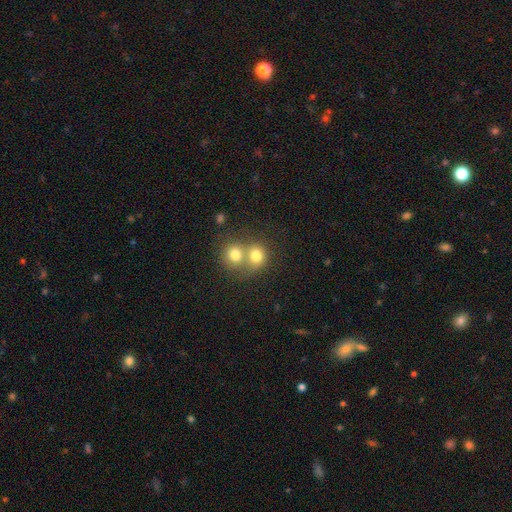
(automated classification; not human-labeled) Smooth or featured?
  - smooth: 76% *
  - featured or disk: 12%
  - star or artifact: 11%
How rounded?
  - round: 78% *
  - in between: 21%
  - cigar-shaped: 1%
Merging?
  - merger: 60% *
  - none: 32%
  - minor disturbance: 6%
  - major disturbance: 3%